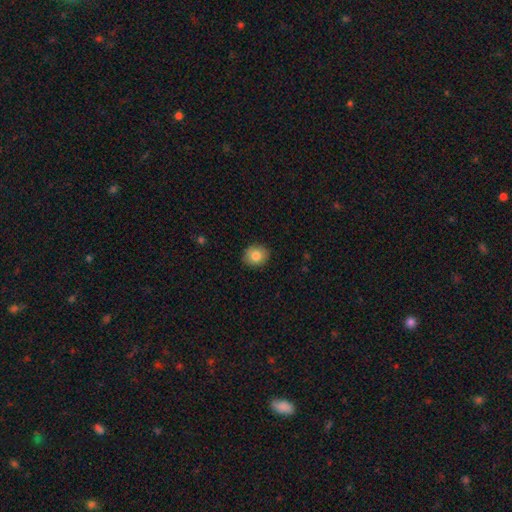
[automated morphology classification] smooth_or_featured: smooth (p=0.82) [alt: featured or disk p=0.10]
how_rounded: round (p=0.71) [alt: in between p=0.28]
merging: none (p=0.89) [alt: minor disturbance p=0.09]